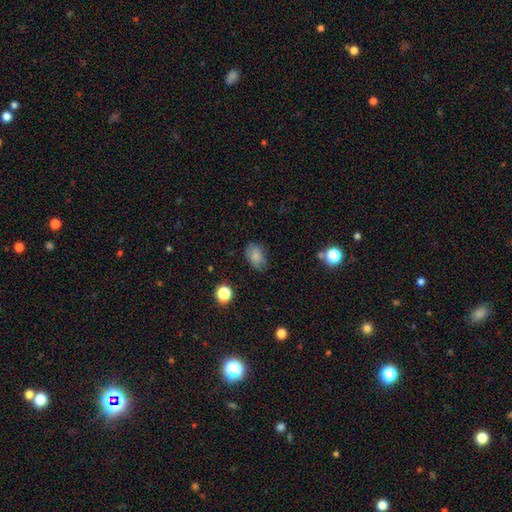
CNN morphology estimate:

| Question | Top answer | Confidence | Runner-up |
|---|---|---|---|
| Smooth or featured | smooth | 82% | star or artifact (11%) |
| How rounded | in between | 80% | round (19%) |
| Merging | none | 74% | minor disturbance (20%) |